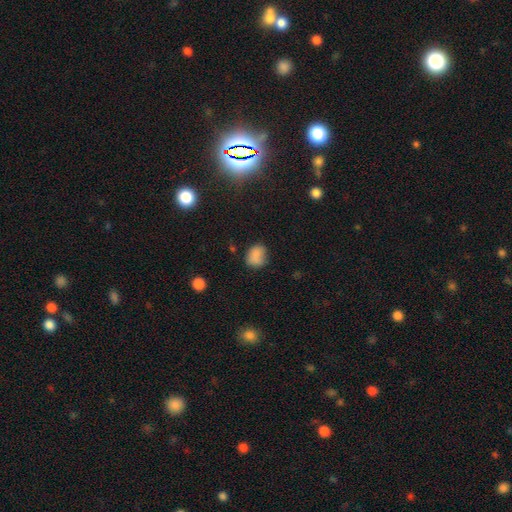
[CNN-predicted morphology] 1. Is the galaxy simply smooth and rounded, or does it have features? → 82% smooth, 11% star or artifact, 7% featured or disk.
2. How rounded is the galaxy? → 50% in between, 49% round, 1% cigar-shaped.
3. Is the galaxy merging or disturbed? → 65% none, 25% minor disturbance, 7% major disturbance, 4% merger.